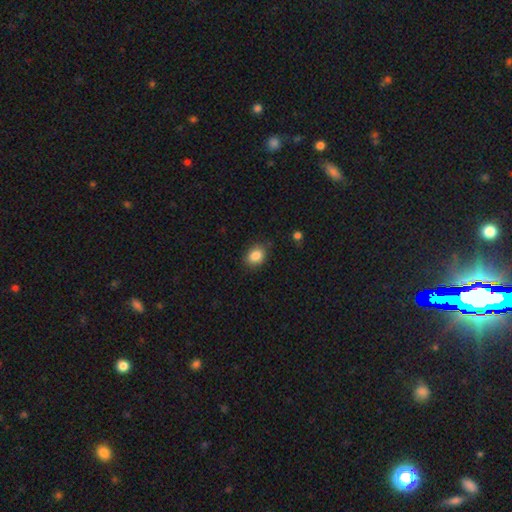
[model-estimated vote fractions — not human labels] A smooth galaxy with no disk features (86%) that is in between round and cigar-shaped (51%). Merging: none (81%).